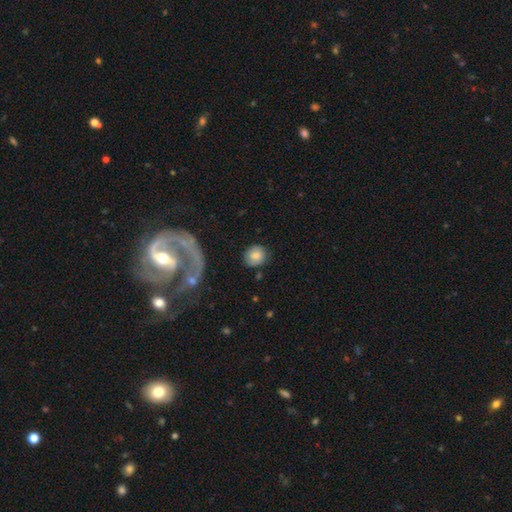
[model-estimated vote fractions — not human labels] smooth_or_featured: smooth (p=0.76) [alt: featured or disk p=0.16]
how_rounded: round (p=0.85) [alt: in between p=0.14]
merging: none (p=0.79) [alt: minor disturbance p=0.14]